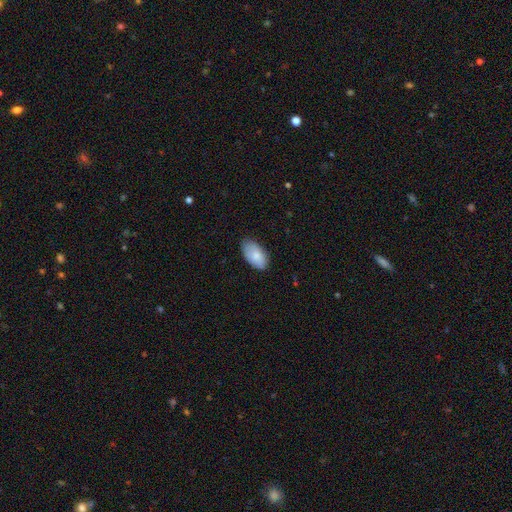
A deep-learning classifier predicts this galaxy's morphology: smooth 82%, featured or disk 12%, star or artifact 6%. Down the decision tree: how rounded — in between (95%); merging — none (78%).